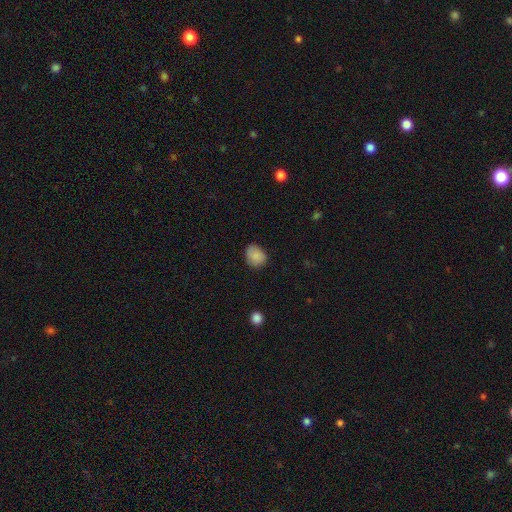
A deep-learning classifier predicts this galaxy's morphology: Smooth or featured? Predicted: smooth (p=0.86). How rounded? Predicted: round (p=0.54). Merging? Predicted: none (p=0.72).